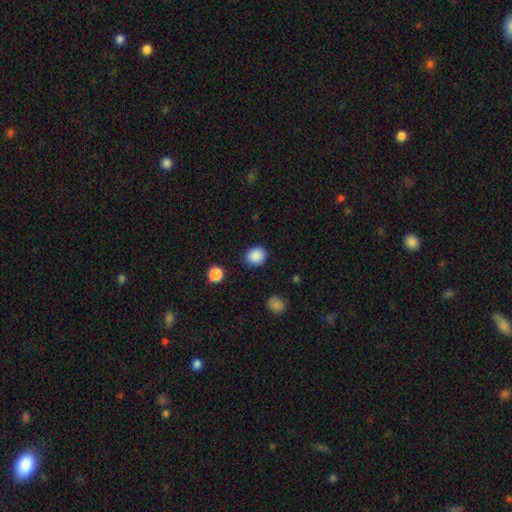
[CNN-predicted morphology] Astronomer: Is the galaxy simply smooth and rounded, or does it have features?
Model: smooth — 88%.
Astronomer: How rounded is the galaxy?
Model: round — 70%.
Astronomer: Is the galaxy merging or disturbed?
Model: none — 88%.